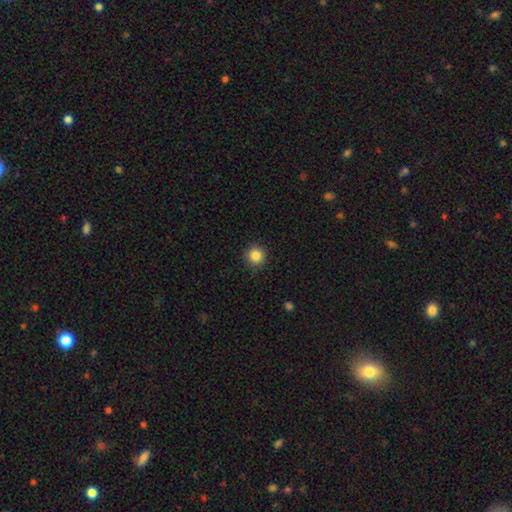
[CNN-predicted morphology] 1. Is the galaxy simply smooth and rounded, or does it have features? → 85% smooth, 10% star or artifact, 4% featured or disk.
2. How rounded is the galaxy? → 94% round, 5% in between, 1% cigar-shaped.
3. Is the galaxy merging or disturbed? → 90% none, 7% minor disturbance, 2% major disturbance, 1% merger.